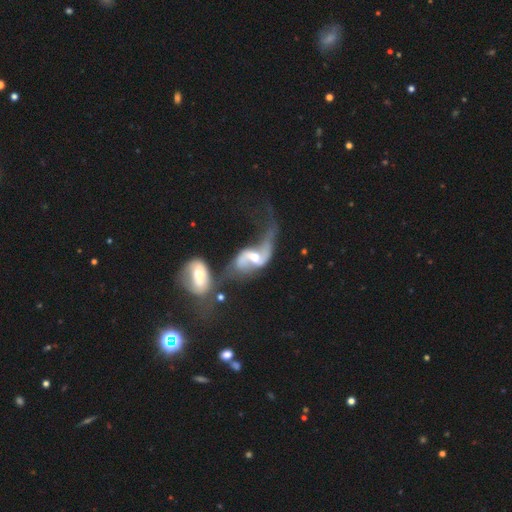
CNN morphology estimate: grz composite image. It shows a featured or disk galaxy (86%) with a weak bar (47%), 2 (86%) loose (77%) spiral arms (92%) and a moderate central bulge (56%). Merging: merger (51%).